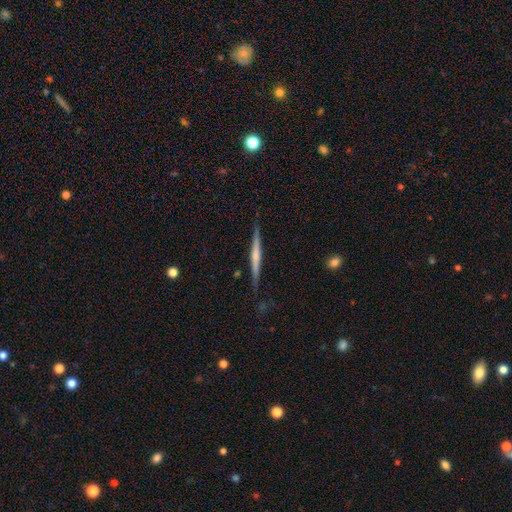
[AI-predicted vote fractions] smooth-or-featured: featured or disk: 56% | smooth: 38% | star or artifact: 6%
  disk-edge-on: yes: 97% | no: 3%
    edge-on-bulge: none: 56% | rounded: 30% | boxy: 13%
  merging: none: 86% | minor disturbance: 10% | major disturbance: 2% | merger: 1%